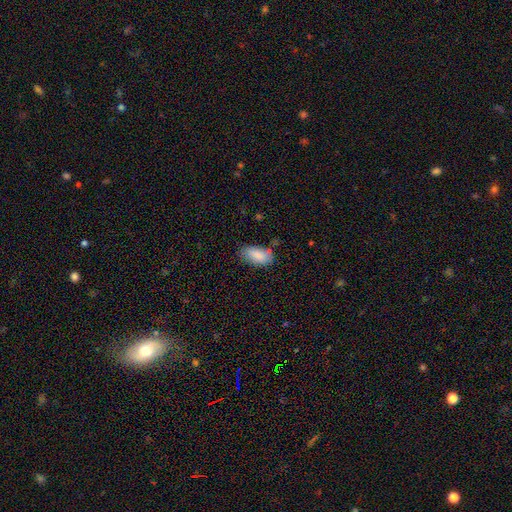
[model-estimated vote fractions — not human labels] smooth-or-featured: smooth: 86% | featured or disk: 7% | star or artifact: 7%
  how-rounded: in between: 92% | cigar-shaped: 5% | round: 3%
  merging: none: 69% | minor disturbance: 22% | major disturbance: 4% | merger: 4%